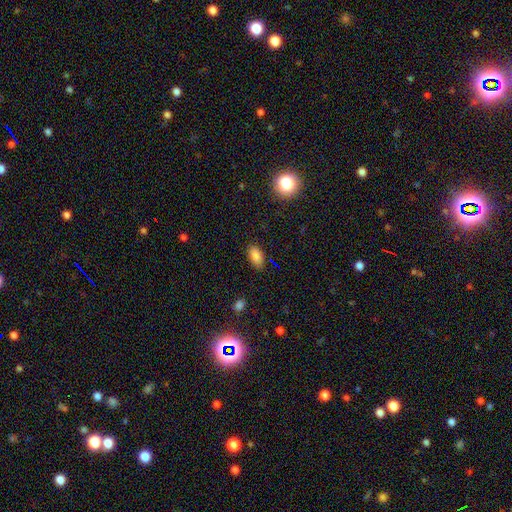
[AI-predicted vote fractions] A smooth galaxy with no disk features (84%) that is in between round and cigar-shaped (92%). Merging: none (83%).